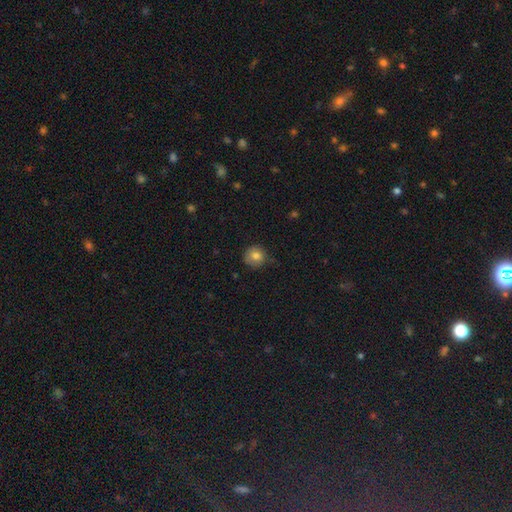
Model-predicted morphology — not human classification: Smooth or featured? Predicted: smooth (p=0.80). How rounded? Predicted: round (p=0.91). Merging? Predicted: none (p=0.72).